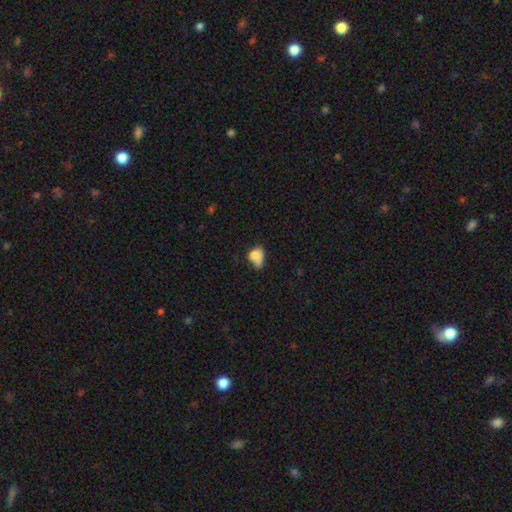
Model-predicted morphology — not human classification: smooth_or_featured: smooth (p=0.74) [alt: featured or disk p=0.16]
how_rounded: in between (p=0.76) [alt: round p=0.22]
merging: minor disturbance (p=0.30) [alt: none p=0.29]